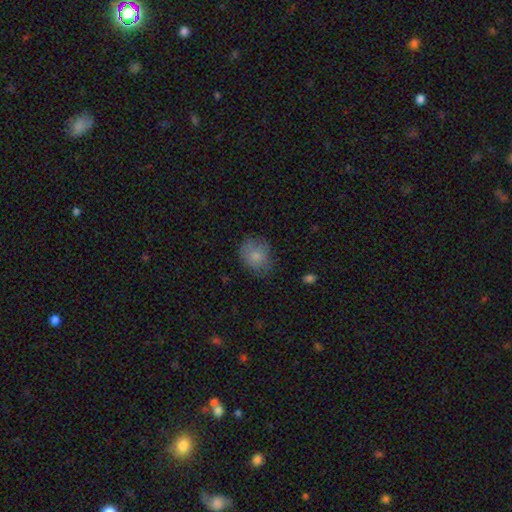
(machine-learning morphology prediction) smooth_or_featured: smooth (p=0.81) [alt: featured or disk p=0.11]
how_rounded: round (p=0.58) [alt: in between p=0.41]
merging: none (p=0.65) [alt: minor disturbance p=0.26]